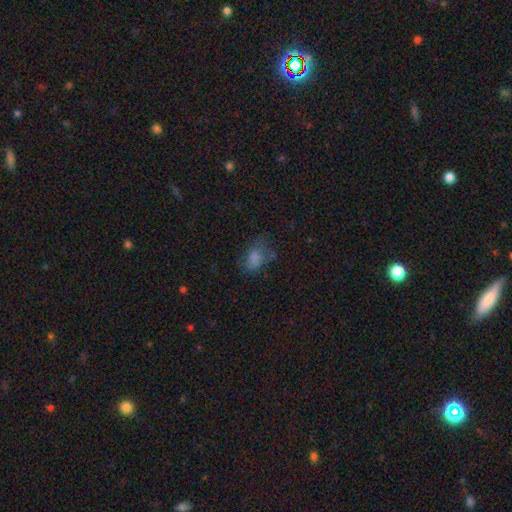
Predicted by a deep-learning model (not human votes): This appears to be a smooth galaxy with no disk features (69%) that is in between round and cigar-shaped (81%). Merging: none (57%).